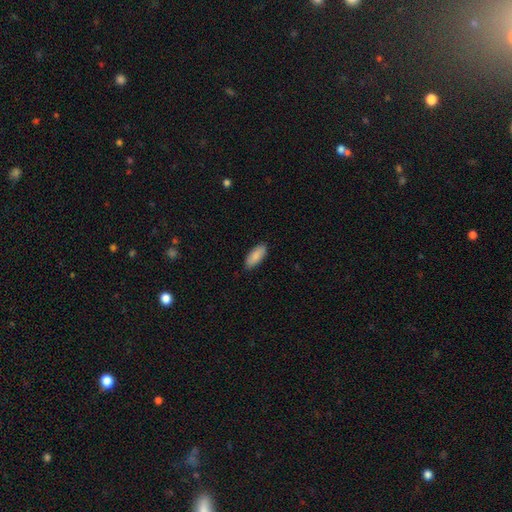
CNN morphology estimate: Smooth or featured? Predicted: smooth (p=0.89). How rounded? Predicted: in between (p=0.83). Merging? Predicted: none (p=0.89).